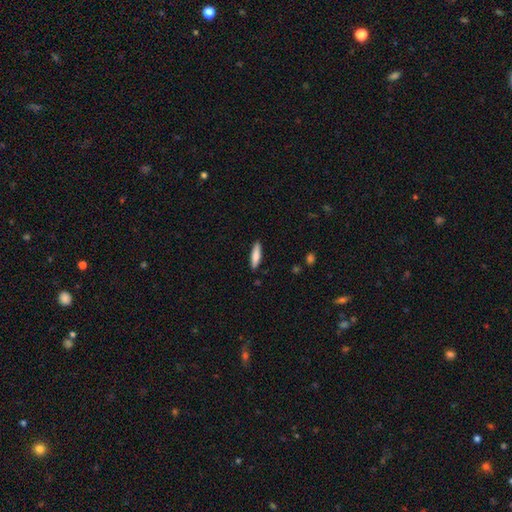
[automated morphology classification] smooth 81%, featured or disk 14%, star or artifact 6%. Down the decision tree: how rounded — cigar-shaped (71%); merging — none (88%).